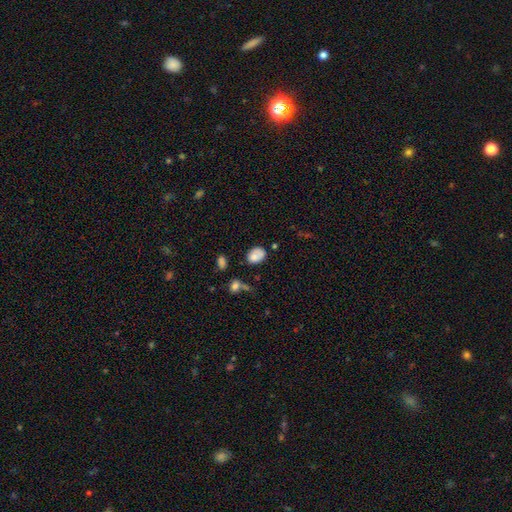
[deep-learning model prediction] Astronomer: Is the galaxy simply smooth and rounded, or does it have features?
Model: smooth — 77%.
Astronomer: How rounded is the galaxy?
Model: in between — 73%.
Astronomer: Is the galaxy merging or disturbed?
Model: none — 58%.